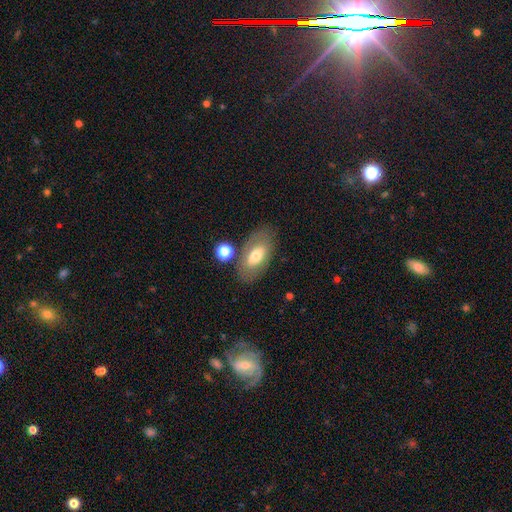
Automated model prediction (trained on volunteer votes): Smooth or featured?
  - smooth: 59% *
  - featured or disk: 33%
  - star or artifact: 8%
How rounded?
  - in between: 91% *
  - round: 5%
  - cigar-shaped: 4%
Merging?
  - none: 74% *
  - minor disturbance: 14%
  - merger: 7%
  - major disturbance: 5%